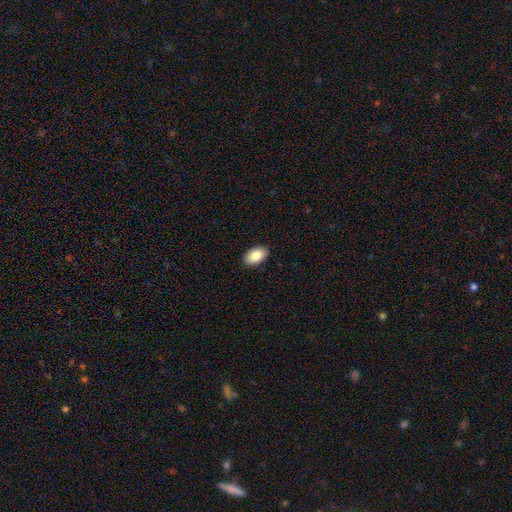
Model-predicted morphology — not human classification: Smooth or featured? smooth (88%)
How rounded? in between (93%)
Merging? none (89%)